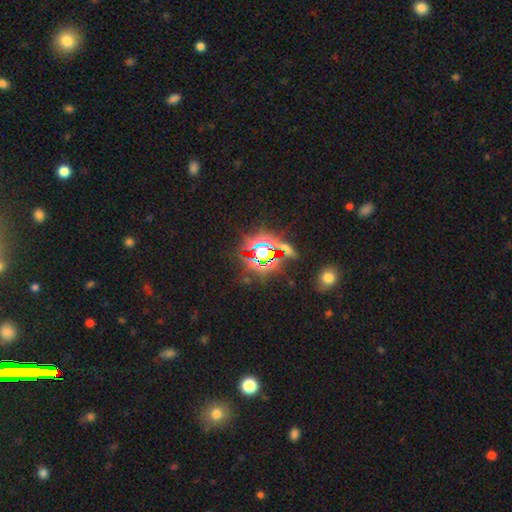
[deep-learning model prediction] Overall: star or artifact (76%).